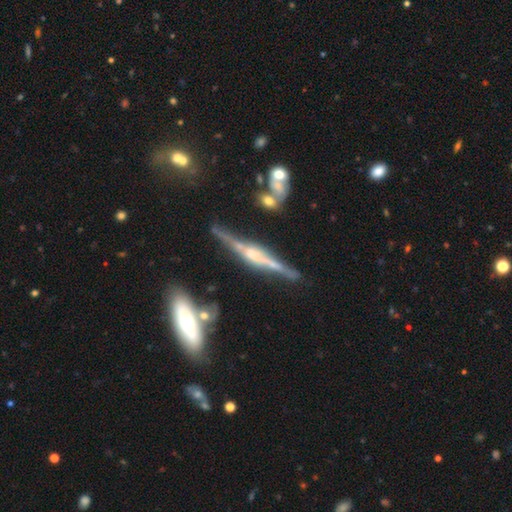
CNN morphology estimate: The model was most divided on "edge-on bulge": rounded: 65%, boxy: 27%, none: 8%. More confident: edge-on disk — yes (97%); smooth or featured — featured or disk (85%); merging — none (71%).